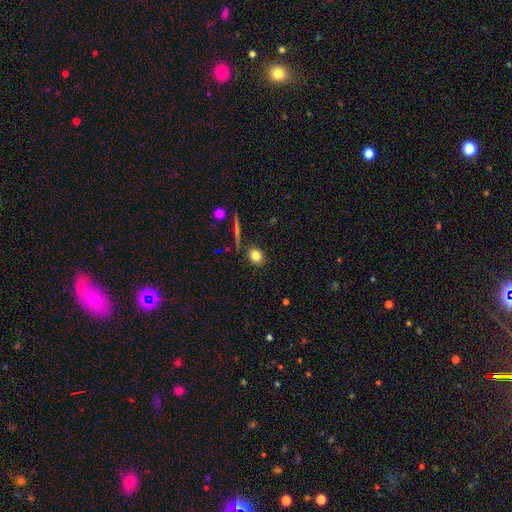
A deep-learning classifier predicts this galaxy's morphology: type=smooth (81%); roundness=round (56%); merging=none (84%).